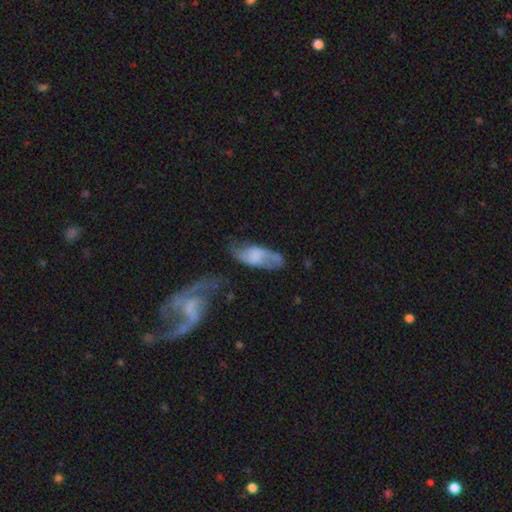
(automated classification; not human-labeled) A featured or disk galaxy (55%).

Vote fractions:
- Smooth or featured? featured or disk: 55% / smooth: 38% / star or artifact: 7%
- Edge-on disk? no: 87% / yes: 13%
- Merging? none: 49% / minor disturbance: 27% / major disturbance: 18% / merger: 6%